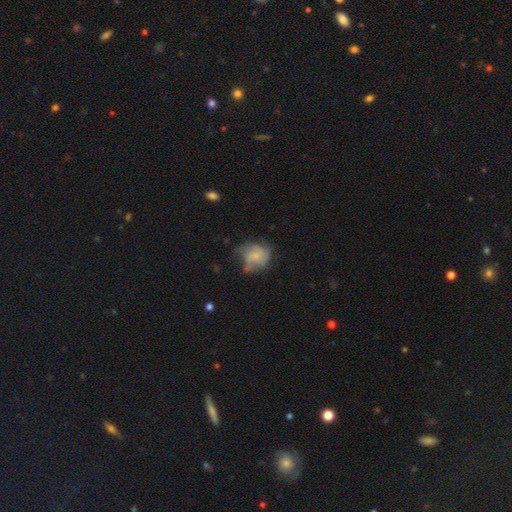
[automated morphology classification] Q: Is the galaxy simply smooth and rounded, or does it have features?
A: smooth — 47%.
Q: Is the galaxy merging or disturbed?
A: none — 42%.